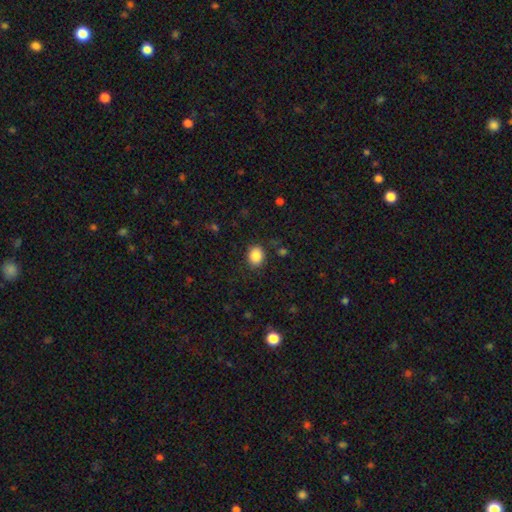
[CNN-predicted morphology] Smooth or featured: smooth — 86% (star or artifact — 10%)
How rounded: round — 54% (in between — 45%)
Merging: none — 85% (minor disturbance — 10%)